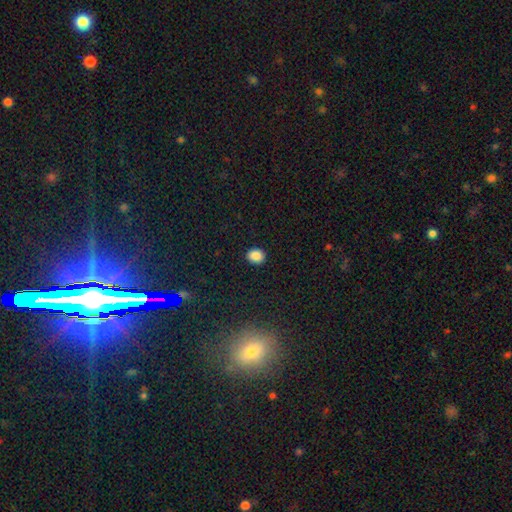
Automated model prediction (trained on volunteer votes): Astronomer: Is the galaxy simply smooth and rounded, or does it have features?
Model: smooth — 87%.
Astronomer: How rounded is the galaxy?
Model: round — 59% (runner-up: in between, 40%).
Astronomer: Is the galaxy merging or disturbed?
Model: none — 90%.